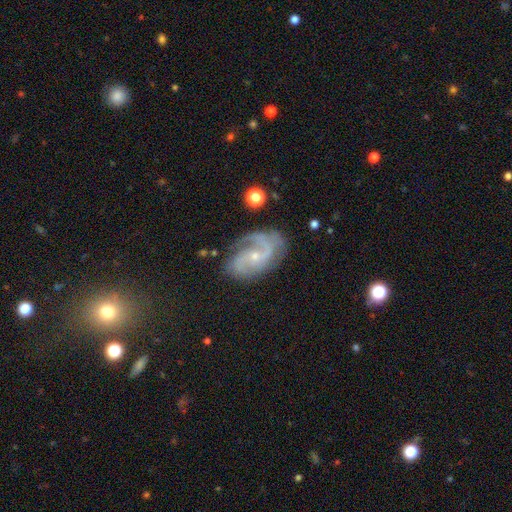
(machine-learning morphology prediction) A featured or disk galaxy (86%) with no bar (58%), 2 (69%) medium (50%) spiral arms (97%) and a small central bulge (73%). Merging: none (66%).